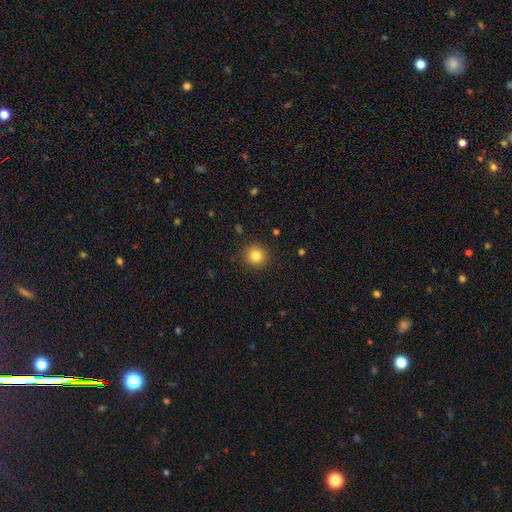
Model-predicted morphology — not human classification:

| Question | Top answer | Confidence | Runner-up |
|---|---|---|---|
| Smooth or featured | smooth | 83% | star or artifact (11%) |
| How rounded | round | 93% | in between (6%) |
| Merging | none | 91% | minor disturbance (6%) |